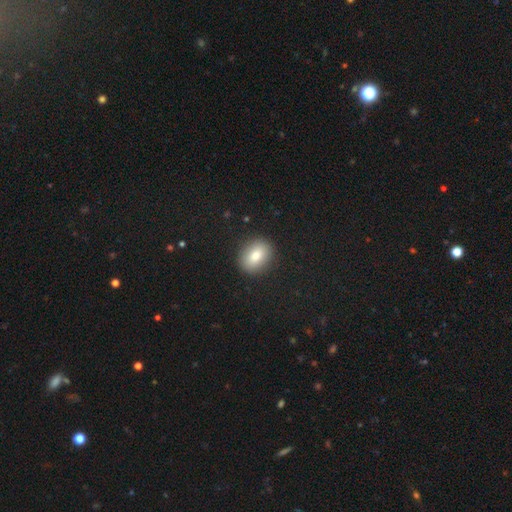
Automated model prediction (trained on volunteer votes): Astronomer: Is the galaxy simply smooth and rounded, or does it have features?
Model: smooth — 82%.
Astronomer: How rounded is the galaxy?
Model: in between — 62%.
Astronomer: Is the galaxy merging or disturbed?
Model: none — 89%.